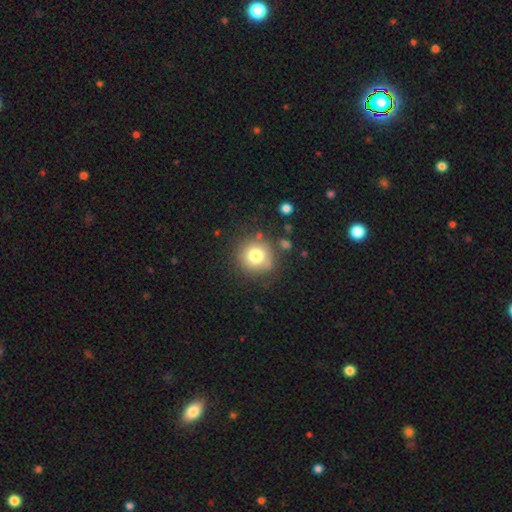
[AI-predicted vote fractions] Smooth or featured?
  - smooth: 77% *
  - featured or disk: 12%
  - star or artifact: 11%
How rounded?
  - round: 93% *
  - in between: 6%
  - cigar-shaped: 1%
Merging?
  - none: 80% *
  - minor disturbance: 11%
  - merger: 4%
  - major disturbance: 4%